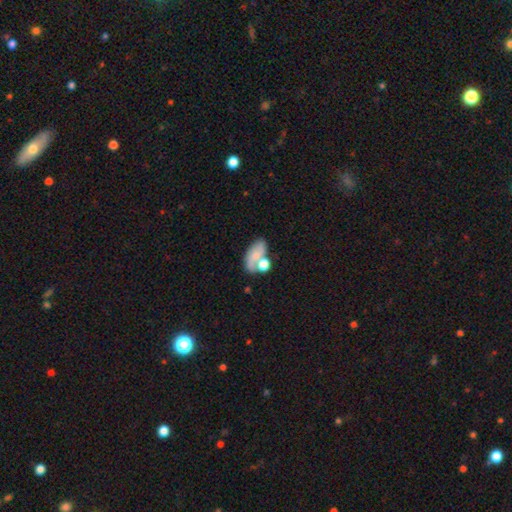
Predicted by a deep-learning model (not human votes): Overall: smooth (51%; featured or disk 39%). How rounded: in between (83%). Merging: merger (35%; none 34%).